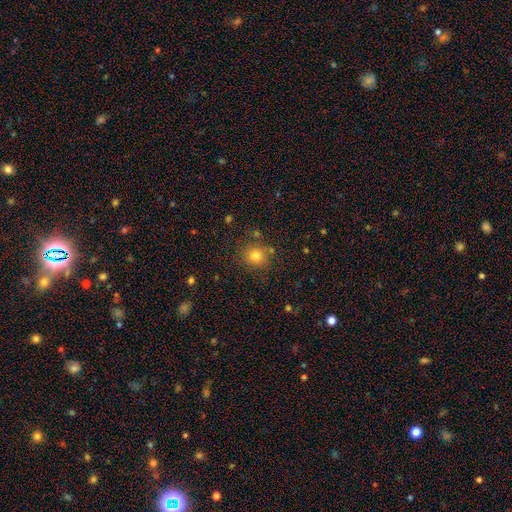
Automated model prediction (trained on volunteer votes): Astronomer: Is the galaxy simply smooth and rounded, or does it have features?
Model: smooth — 79%.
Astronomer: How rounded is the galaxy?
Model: round — 85%.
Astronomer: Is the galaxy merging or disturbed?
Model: none — 79%.